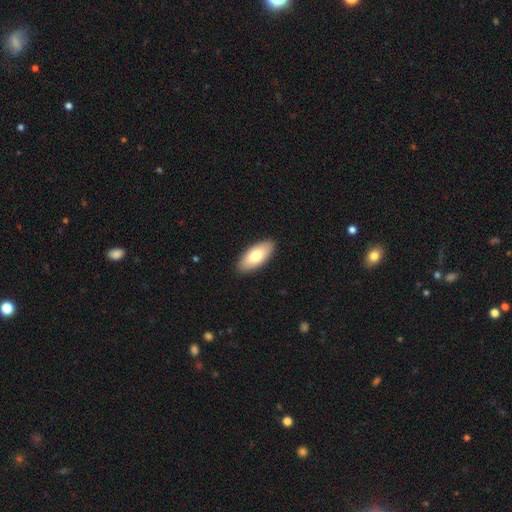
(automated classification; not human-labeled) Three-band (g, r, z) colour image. It shows a smooth galaxy with no disk features (76%) that is in between round and cigar-shaped (90%). Merging: none (90%).